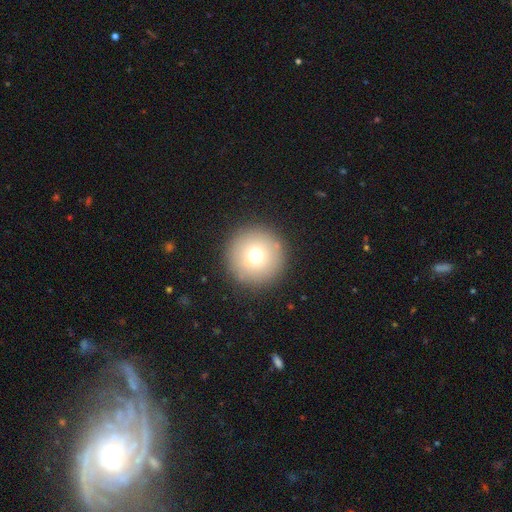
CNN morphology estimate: A smooth galaxy with no disk features (70%) that is round (97%).

Vote fractions:
- Smooth or featured? smooth: 70% / star or artifact: 15% / featured or disk: 14%
- How rounded? round: 97% / in between: 2% / cigar-shaped: 1%
- Merging? none: 89% / minor disturbance: 6% / major disturbance: 3% / merger: 2%